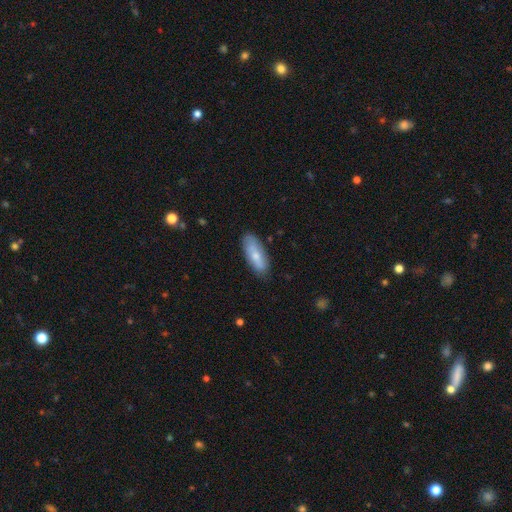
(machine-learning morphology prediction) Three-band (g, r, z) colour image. It shows a smooth galaxy with no disk features (69%) that is in between round and cigar-shaped (74%). Merging: none (80%).